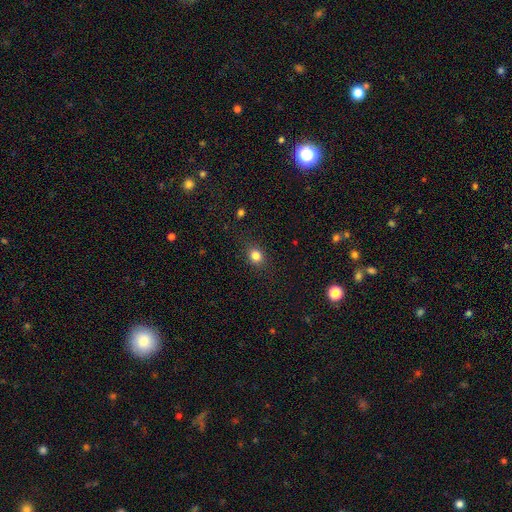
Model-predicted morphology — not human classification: Overall: smooth (82%). How rounded: round (71%). Merging: none (86%).